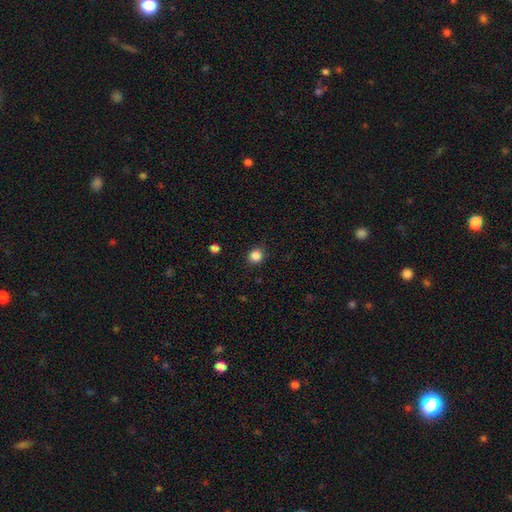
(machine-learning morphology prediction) smooth-or-featured: smooth: 85% | star or artifact: 11% | featured or disk: 4%
  how-rounded: round: 82% | in between: 17% | cigar-shaped: 1%
  merging: none: 90% | minor disturbance: 7% | major disturbance: 2% | merger: 1%